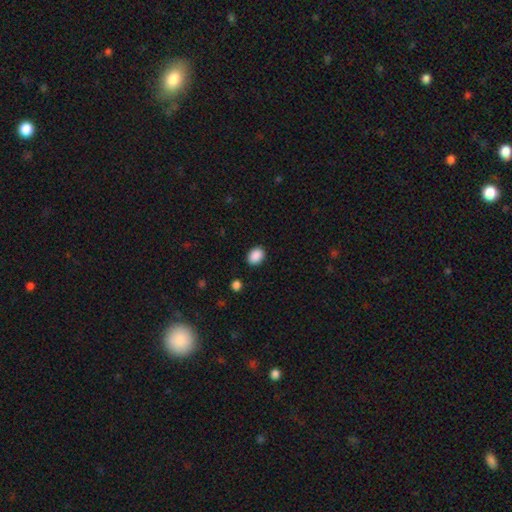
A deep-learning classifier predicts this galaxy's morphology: This is clearly a smooth galaxy (90%). How rounded: likely in between (66%). Merging: clearly none (88%).